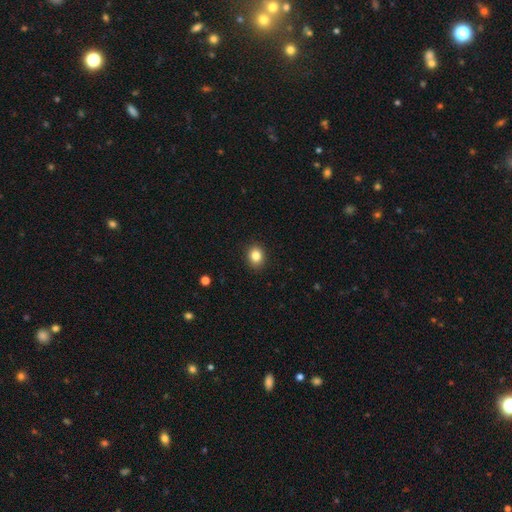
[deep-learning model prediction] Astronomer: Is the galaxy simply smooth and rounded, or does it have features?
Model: smooth — 84%.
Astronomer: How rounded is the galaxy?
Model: round — 65%.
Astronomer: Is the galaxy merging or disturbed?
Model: none — 91%.